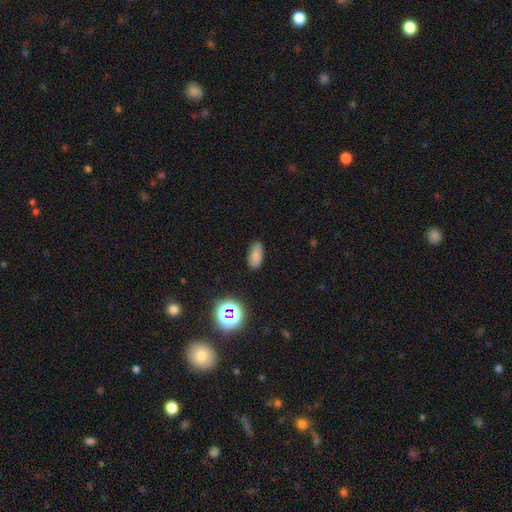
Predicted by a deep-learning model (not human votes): This appears to be a smooth galaxy with no disk features (77%) that is in between round and cigar-shaped (88%). Merging: none (81%).